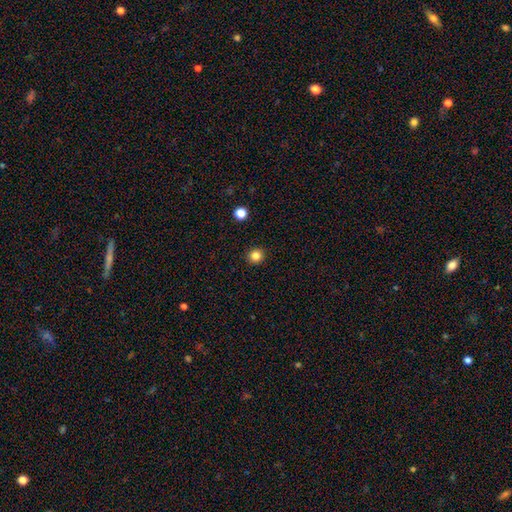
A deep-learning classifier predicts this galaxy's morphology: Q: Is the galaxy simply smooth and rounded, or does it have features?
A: smooth — 83%.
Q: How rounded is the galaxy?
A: round — 92%.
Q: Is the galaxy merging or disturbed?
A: none — 93%.